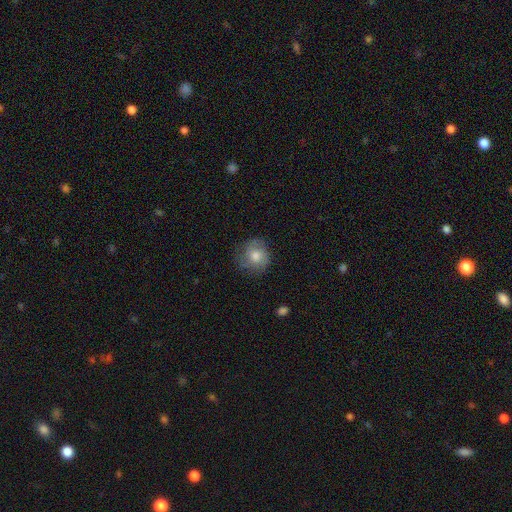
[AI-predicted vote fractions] A smooth galaxy with no disk features (66%) that is round (85%). Merging: none (74%).